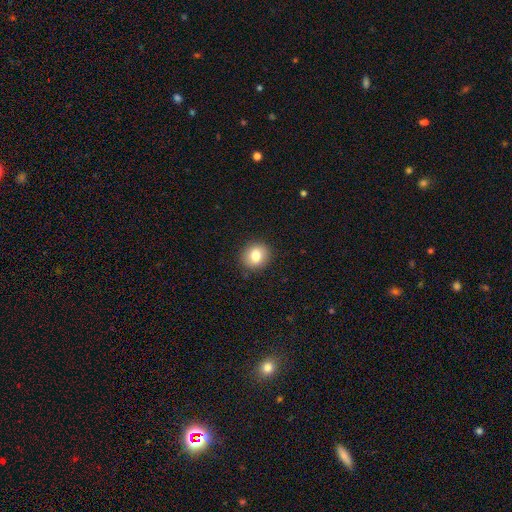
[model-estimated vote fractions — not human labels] Overall: smooth (81%). How rounded: round (77%). Merging: none (89%).